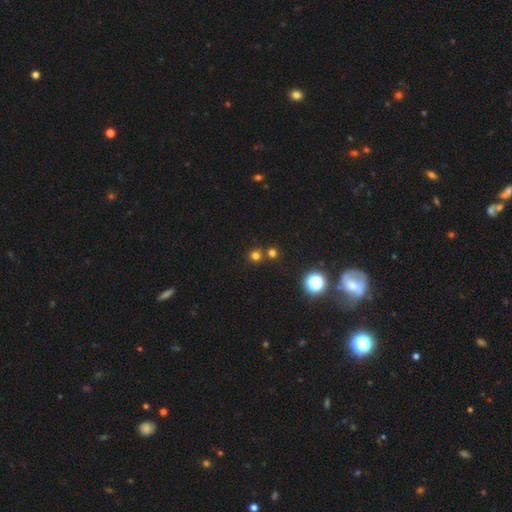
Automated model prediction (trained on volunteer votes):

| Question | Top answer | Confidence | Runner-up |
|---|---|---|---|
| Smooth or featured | smooth | 69% | star or artifact (25%) |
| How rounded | round | 91% | in between (8%) |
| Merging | none | 67% | merger (25%) |